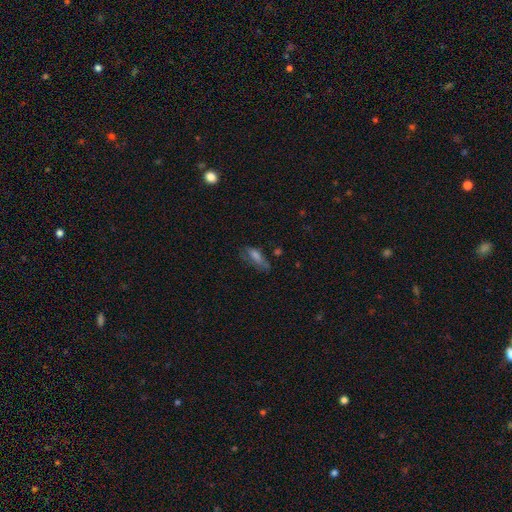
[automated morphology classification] Smooth or featured? smooth (56%)
How rounded? in between (61%)
Merging? none (55%)